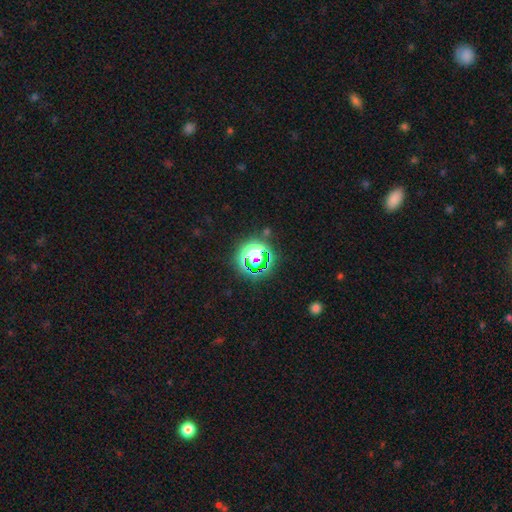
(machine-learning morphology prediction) Overall: star or artifact (66%).